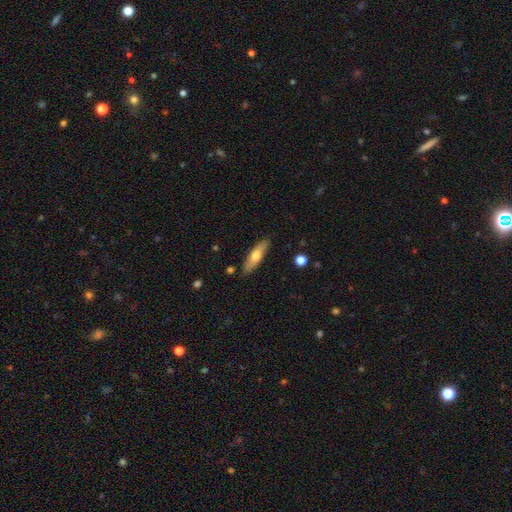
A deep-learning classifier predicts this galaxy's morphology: smooth-or-featured: smooth: 58% | featured or disk: 36% | star or artifact: 6%
  how-rounded: cigar-shaped: 65% | in between: 33% | round: 2%
  merging: none: 86% | minor disturbance: 10% | major disturbance: 2% | merger: 2%